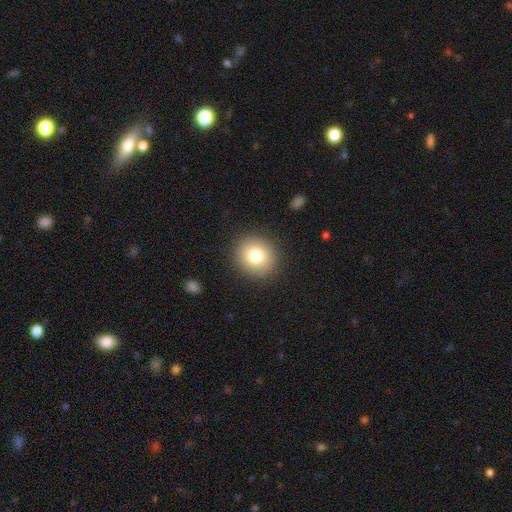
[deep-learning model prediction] Smooth or featured? Predicted: smooth (p=0.79). How rounded? Predicted: round (p=0.88). Merging? Predicted: none (p=0.90).